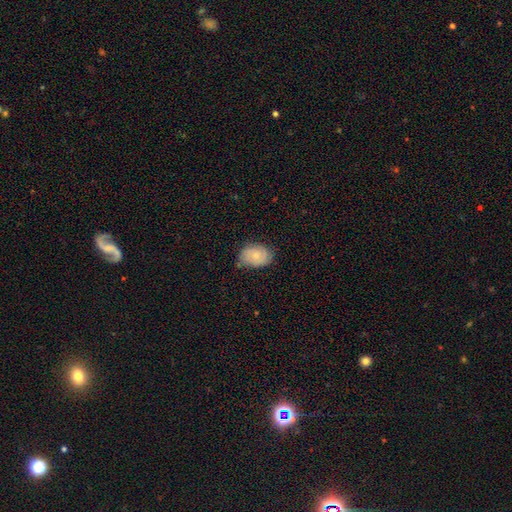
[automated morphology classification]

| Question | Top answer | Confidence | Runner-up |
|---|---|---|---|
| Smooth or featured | smooth | 68% | featured or disk (24%) |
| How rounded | in between | 81% | round (18%) |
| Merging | none | 69% | minor disturbance (25%) |